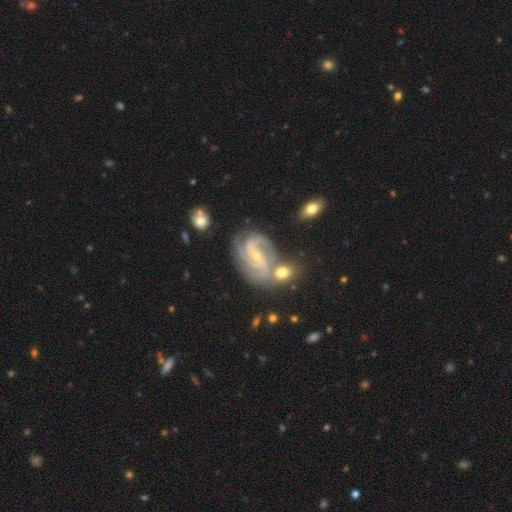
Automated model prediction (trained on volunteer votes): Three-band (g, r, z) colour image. It shows a featured or disk galaxy (90%) with a weak bar (41%), 3 (44%) tight (46%, tied with medium) spiral arms (98%) and a small central bulge (72%). Merging: none (59%).